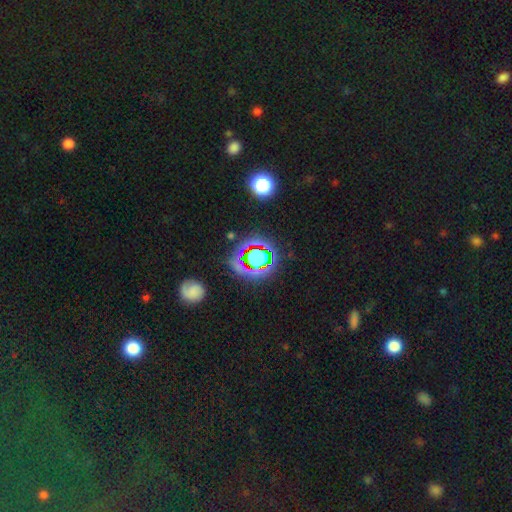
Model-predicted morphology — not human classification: type=star or artifact (55%).